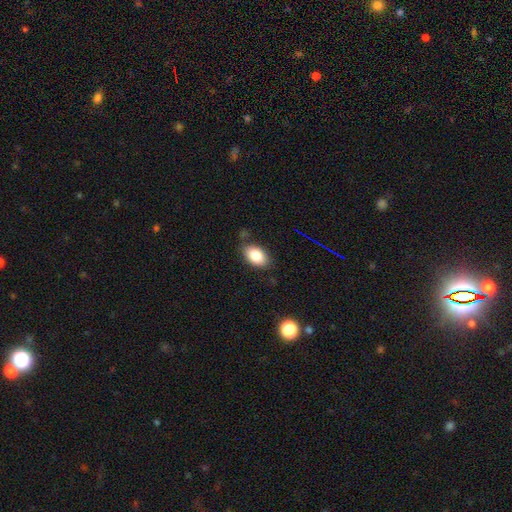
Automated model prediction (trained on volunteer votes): Smooth or featured? smooth (85%)
How rounded? in between (89%)
Merging? none (78%)